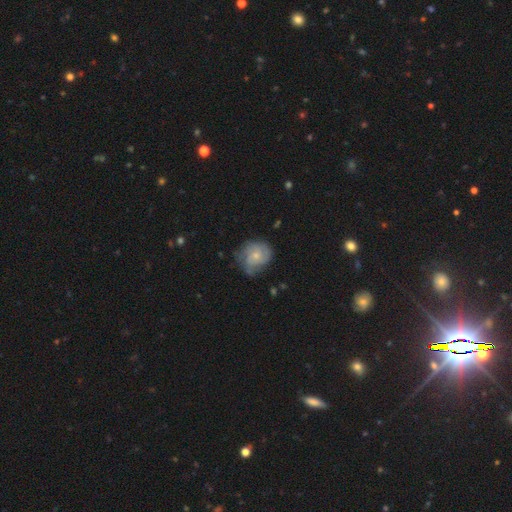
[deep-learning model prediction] This is possibly a smooth galaxy (51%). How rounded: likely round (71%). Merging: possibly none (54%).